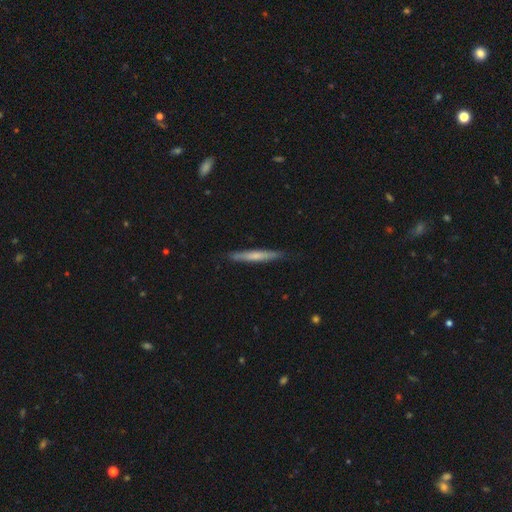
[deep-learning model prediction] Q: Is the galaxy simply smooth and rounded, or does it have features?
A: smooth — 57%.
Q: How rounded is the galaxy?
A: cigar-shaped — 95%.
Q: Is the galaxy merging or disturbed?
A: none — 87%.